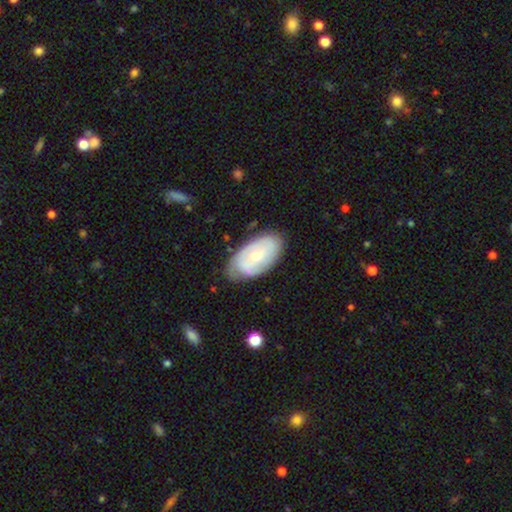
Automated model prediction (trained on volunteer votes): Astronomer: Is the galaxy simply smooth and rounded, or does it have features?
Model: featured or disk — 58% (runner-up: smooth, 36%).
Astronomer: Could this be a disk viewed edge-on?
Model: no — 93%.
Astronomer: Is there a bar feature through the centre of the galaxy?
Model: no — 74%.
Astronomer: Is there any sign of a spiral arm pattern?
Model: yes — 67%.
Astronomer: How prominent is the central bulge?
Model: small — 50% (runner-up: moderate, 46%).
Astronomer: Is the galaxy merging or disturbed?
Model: none — 70%.